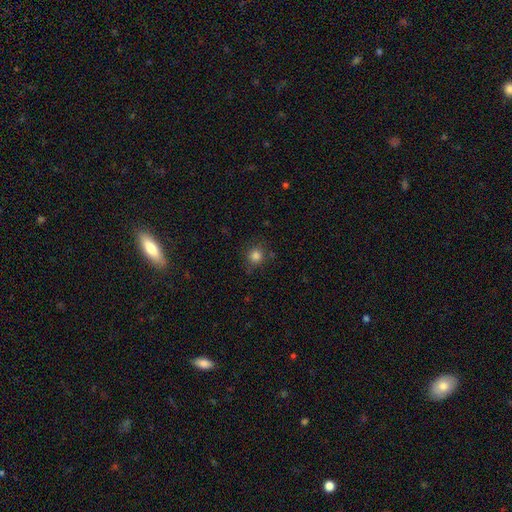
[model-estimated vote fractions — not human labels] This appears to be a smooth galaxy with no disk features (83%) that is round (89%). Merging: none (81%).